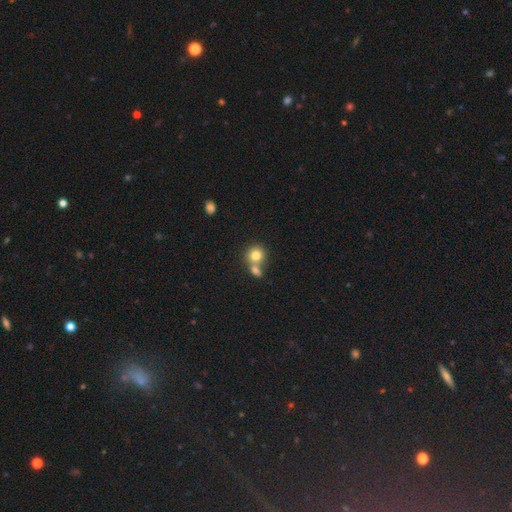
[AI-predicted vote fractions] The model was most divided on "merging": merger: 48%, none: 42%, minor disturbance: 7%, major disturbance: 3%. More confident: how rounded — round (83%); smooth or featured — smooth (79%).